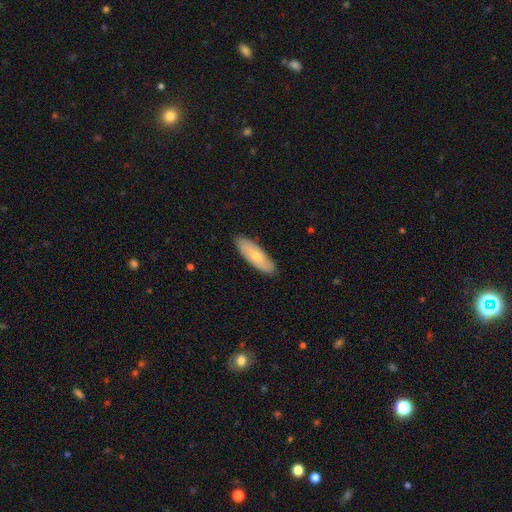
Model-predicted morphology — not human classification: A smooth galaxy with no disk features (66%) that is in between round and cigar-shaped (57%). Merging: none (88%).